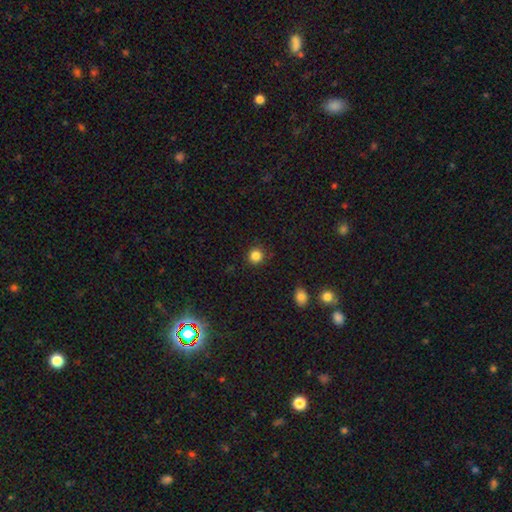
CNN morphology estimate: Overall: smooth (84%). How rounded: round (93%). Merging: none (91%).